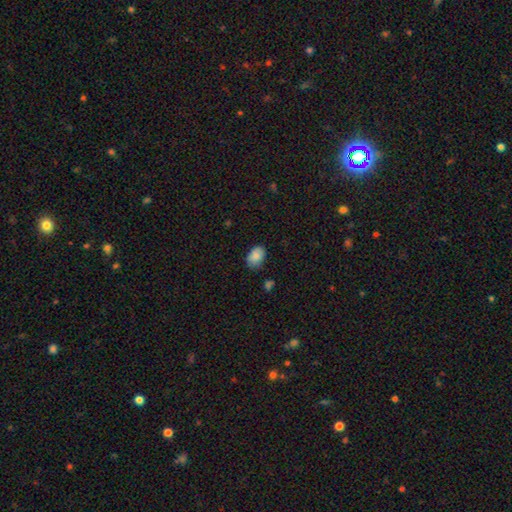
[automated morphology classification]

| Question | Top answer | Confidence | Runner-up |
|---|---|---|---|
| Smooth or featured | smooth | 86% | star or artifact (8%) |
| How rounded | in between | 80% | round (19%) |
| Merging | none | 72% | minor disturbance (22%) |